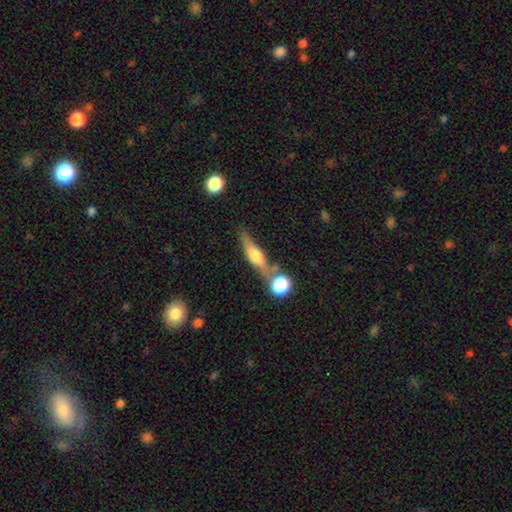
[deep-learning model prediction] Overall: featured or disk (51%; smooth 41%). Edge-on disk: yes (88%). Merging: none (56%; merger 23%).